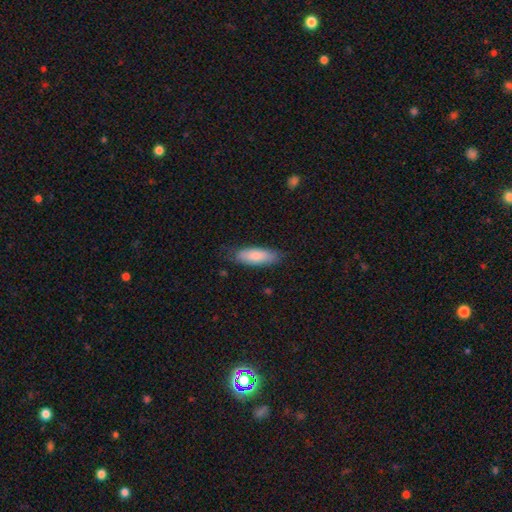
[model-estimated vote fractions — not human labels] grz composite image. It shows a smooth galaxy with no disk features (84%) that is in between round and cigar-shaped (62%). Merging: none (78%).